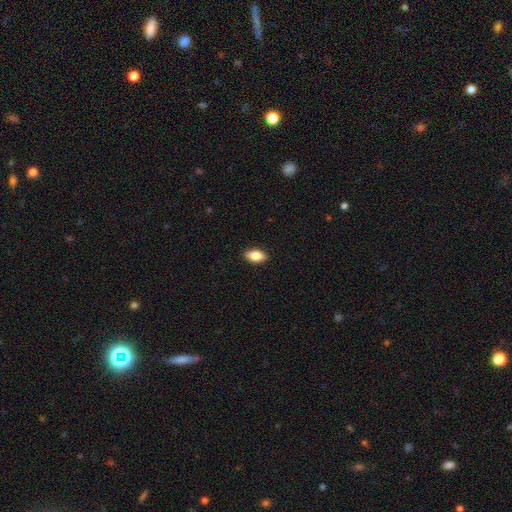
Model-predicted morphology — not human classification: Smooth or featured? smooth (83%)
How rounded? in between (89%)
Merging? none (89%)